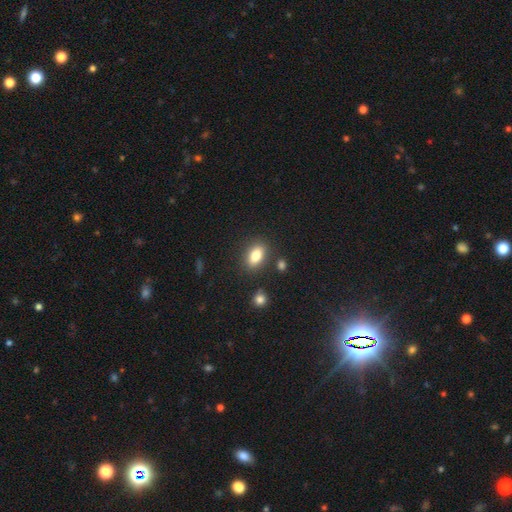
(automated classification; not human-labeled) Overall: smooth (82%). How rounded: in between (86%). Merging: none (83%).